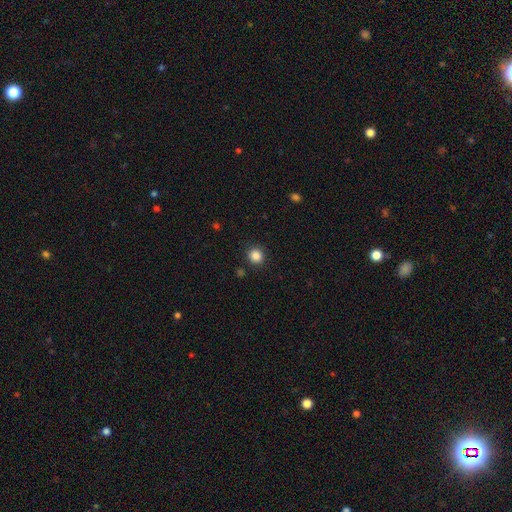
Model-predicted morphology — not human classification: Smooth or featured?
  - smooth: 86% *
  - star or artifact: 11%
  - featured or disk: 3%
How rounded?
  - round: 86% *
  - in between: 13%
  - cigar-shaped: 1%
Merging?
  - none: 88% *
  - minor disturbance: 8%
  - major disturbance: 3%
  - merger: 2%